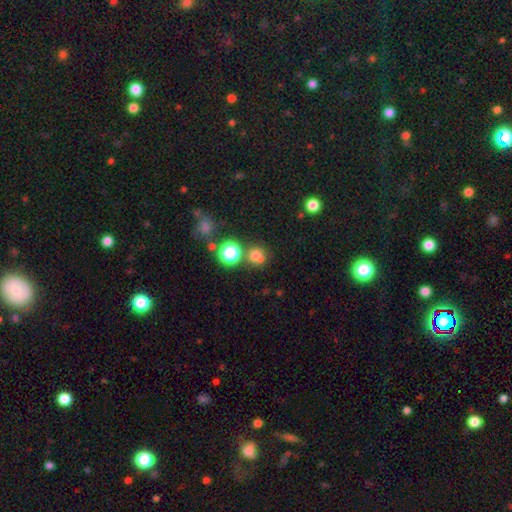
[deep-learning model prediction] Smooth or featured?
  - smooth: 73% *
  - star or artifact: 20%
  - featured or disk: 7%
How rounded?
  - round: 85% *
  - in between: 14%
  - cigar-shaped: 1%
Merging?
  - none: 68% *
  - merger: 17%
  - minor disturbance: 11%
  - major disturbance: 4%